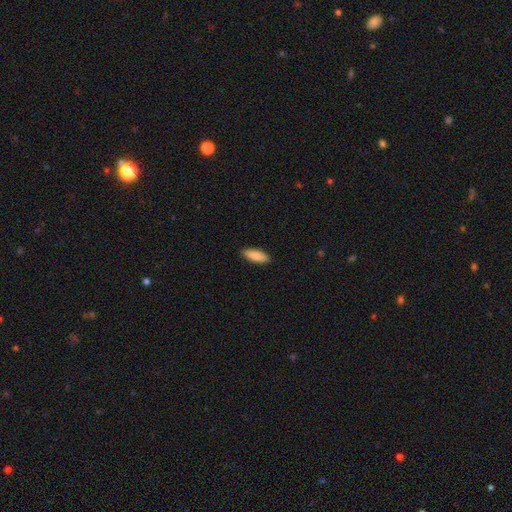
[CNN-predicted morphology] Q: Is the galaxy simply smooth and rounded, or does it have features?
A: smooth — 89%.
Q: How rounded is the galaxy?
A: in between — 72%.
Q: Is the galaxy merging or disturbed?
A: none — 89%.